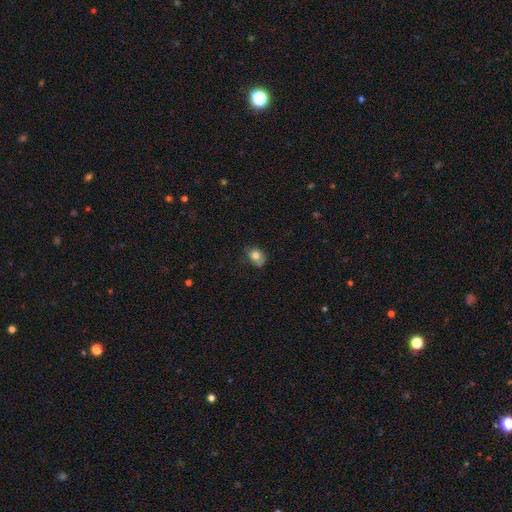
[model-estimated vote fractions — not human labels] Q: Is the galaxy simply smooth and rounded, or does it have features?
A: smooth — 78%.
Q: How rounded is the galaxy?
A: in between — 58%.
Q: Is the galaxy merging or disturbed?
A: none — 51%.